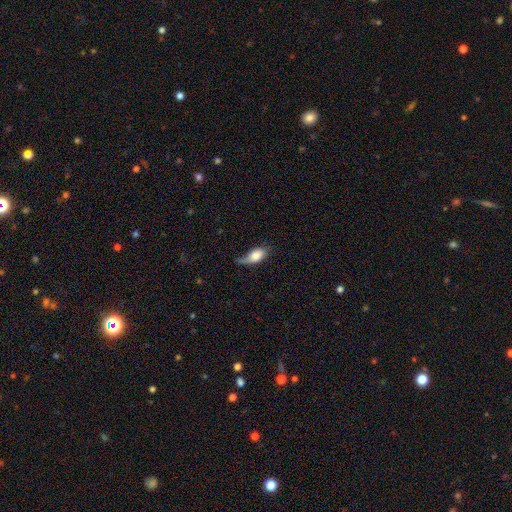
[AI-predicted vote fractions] Smooth or featured? smooth (75%)
How rounded? in between (86%)
Merging? minor disturbance (39%)